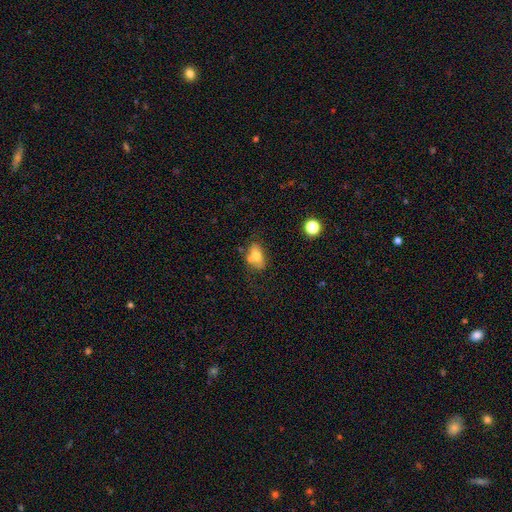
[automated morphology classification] The model was most divided on "merging": none: 48%, merger: 24%, minor disturbance: 20%, major disturbance: 8%. More confident: how rounded — in between (83%); smooth or featured — smooth (68%).